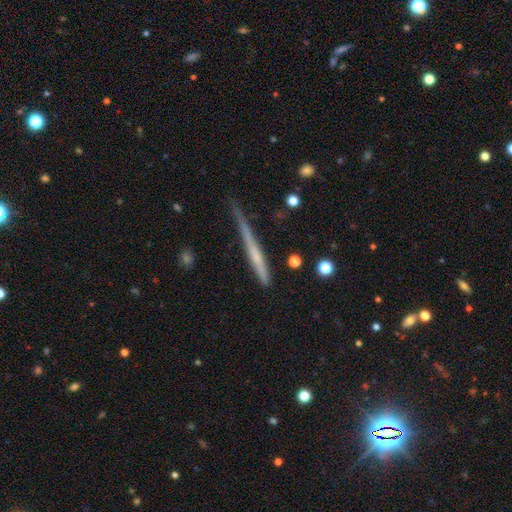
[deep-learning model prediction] Overall: featured or disk (50%; smooth 43%). Merging: none (61%; minor disturbance 29%).